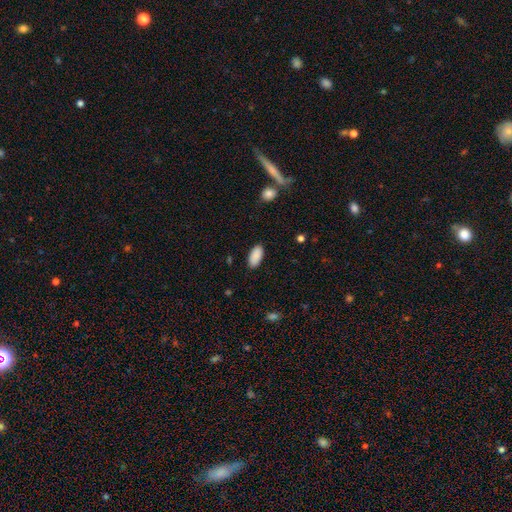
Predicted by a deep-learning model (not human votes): The model was most divided on "merging": none: 88%, minor disturbance: 8%, major disturbance: 2%, merger: 1%. More confident: how rounded — in between (93%); smooth or featured — smooth (90%).